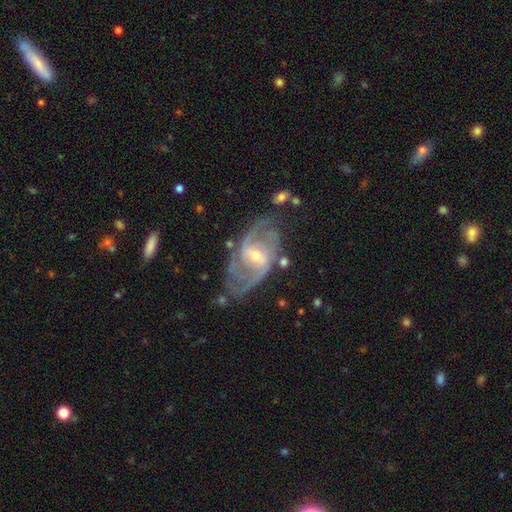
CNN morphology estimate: smooth-or-featured: featured or disk: 90% | star or artifact: 5% | smooth: 5%
  disk-edge-on: no: 96% | yes: 4%
    bar: weak: 49% | strong: 28% | no: 23%
    has-spiral-arms: yes: 97% | no: 3%
      spiral-winding: medium: 53% | tight: 31% | loose: 16%
      spiral-arm-count: 2: 66% | 3: 14% | can't tell: 10% | 4: 4% | 1: 3% | more than 4: 3%
    bulge-size: small: 58% | moderate: 38% | large: 2% | none: 1% | dominant: 1%
  merging: none: 67% | minor disturbance: 19% | major disturbance: 10% | merger: 4%